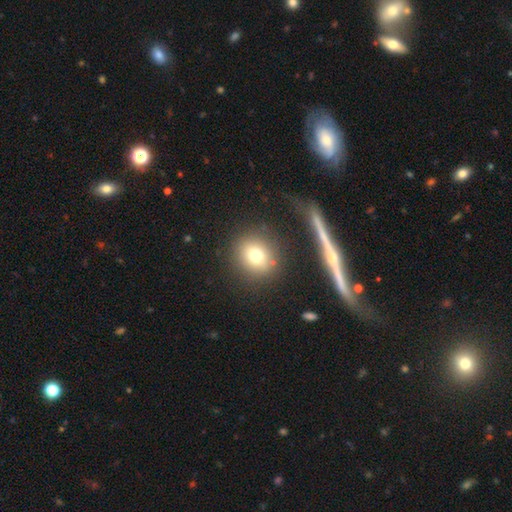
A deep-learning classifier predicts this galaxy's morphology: This is likely a smooth galaxy (73%). How rounded: clearly round (83%). Merging: clearly none (84%).